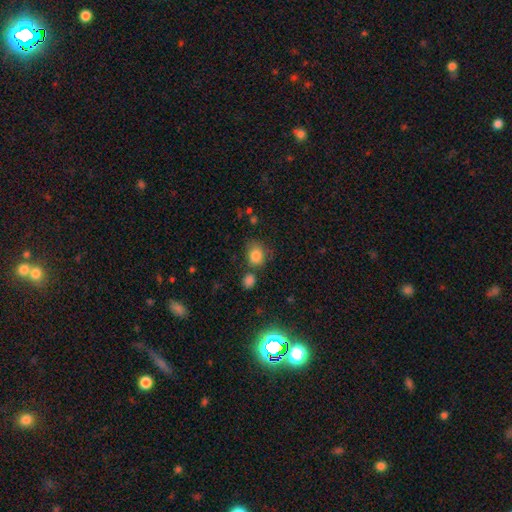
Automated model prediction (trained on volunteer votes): This is clearly a smooth galaxy (83%). How rounded: possibly round (58%). Merging: likely none (61%).